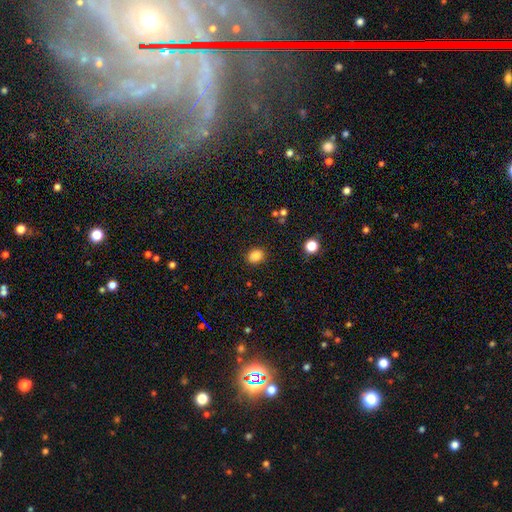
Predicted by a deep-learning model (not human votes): Smooth or featured: smooth — 86% (star or artifact — 11%)
How rounded: round — 53% (in between — 46%)
Merging: none — 86% (minor disturbance — 9%)